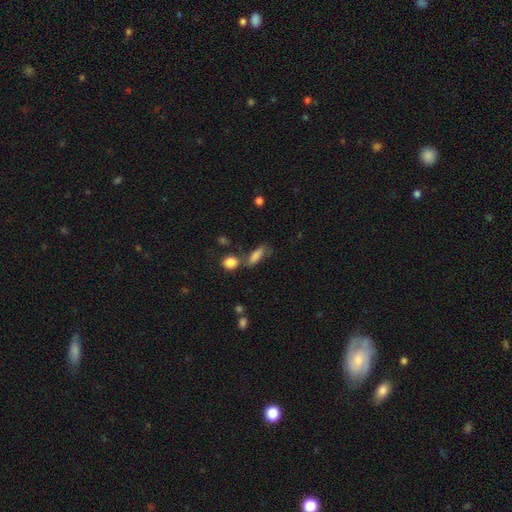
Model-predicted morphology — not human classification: Smooth or featured: smooth — 78% (featured or disk — 13%)
How rounded: in between — 68% (cigar-shaped — 27%)
Merging: none — 45% (merger — 25%)